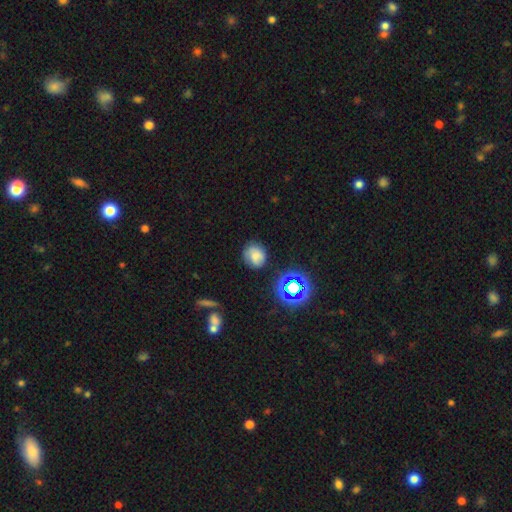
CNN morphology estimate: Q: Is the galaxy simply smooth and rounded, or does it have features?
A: smooth — 65%.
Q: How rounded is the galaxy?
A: round — 73%.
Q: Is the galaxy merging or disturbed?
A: none — 72%.